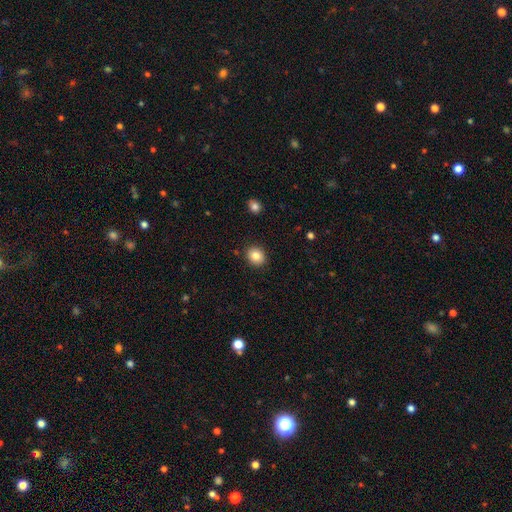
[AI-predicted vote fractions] Smooth or featured: smooth — 83% (star or artifact — 9%)
How rounded: round — 71% (in between — 29%)
Merging: none — 90% (minor disturbance — 7%)